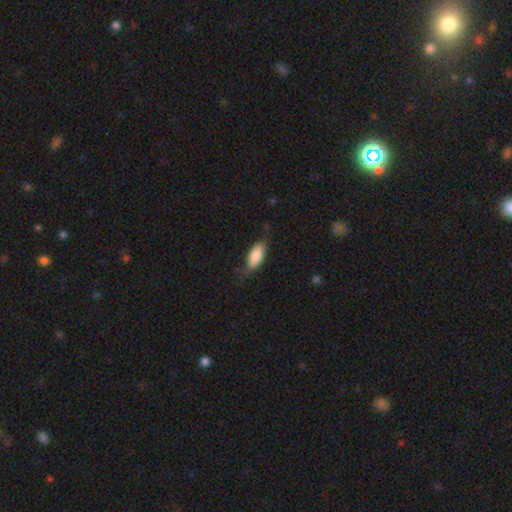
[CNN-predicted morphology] Smooth or featured?
  - smooth: 79% *
  - featured or disk: 14%
  - star or artifact: 6%
How rounded?
  - in between: 84% *
  - cigar-shaped: 13%
  - round: 2%
Merging?
  - none: 60% *
  - minor disturbance: 30%
  - major disturbance: 9%
  - merger: 2%